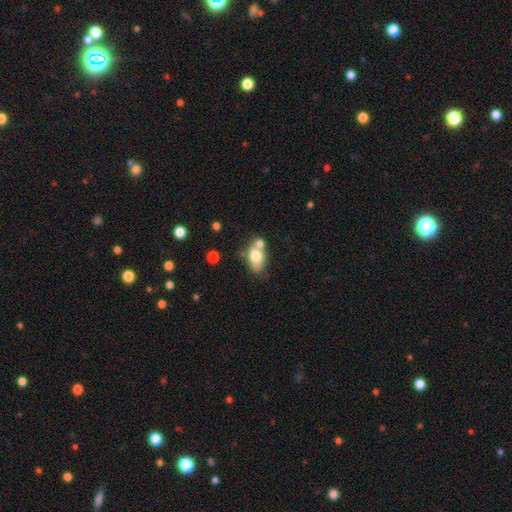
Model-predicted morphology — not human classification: Smooth or featured? Predicted: smooth (p=0.73). How rounded? Predicted: in between (p=0.85). Merging? Predicted: none (p=0.42).